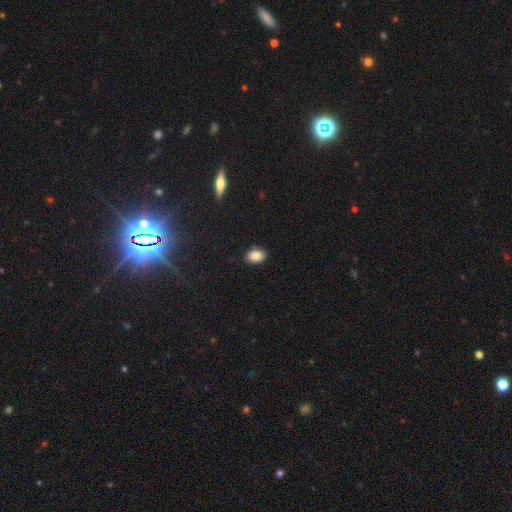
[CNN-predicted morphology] smooth 86%, star or artifact 9%, featured or disk 5%. Down the decision tree: how rounded — in between (77%); merging — none (85%).